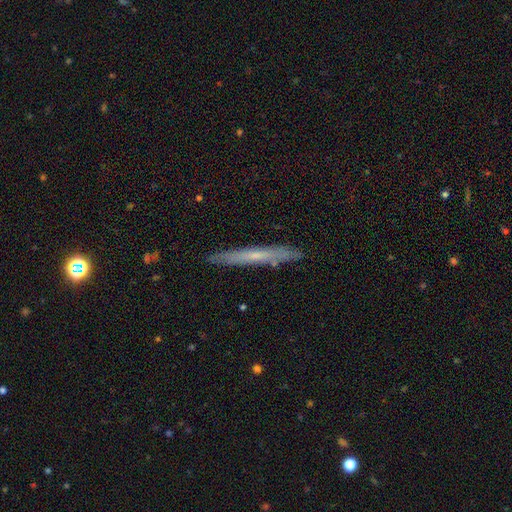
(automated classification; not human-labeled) Overall: featured or disk (52%; smooth 41%). Edge-on disk: yes (90%). Merging: none (87%).